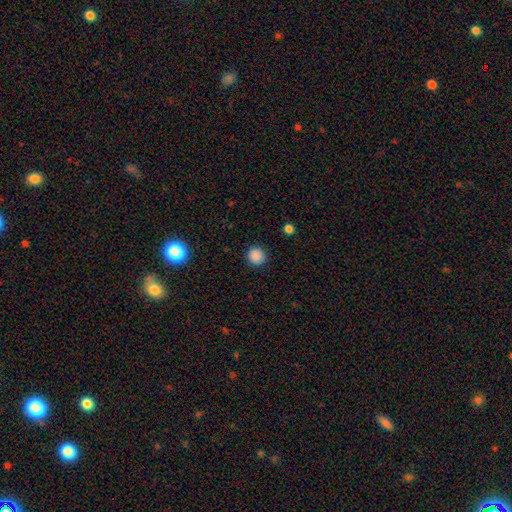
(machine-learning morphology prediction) A smooth galaxy with no disk features (87%) that is round (93%).

Vote fractions:
- Smooth or featured? smooth: 87% / star or artifact: 10% / featured or disk: 3%
- How rounded? round: 93% / in between: 6% / cigar-shaped: 1%
- Merging? none: 90% / minor disturbance: 6% / major disturbance: 2% / merger: 1%